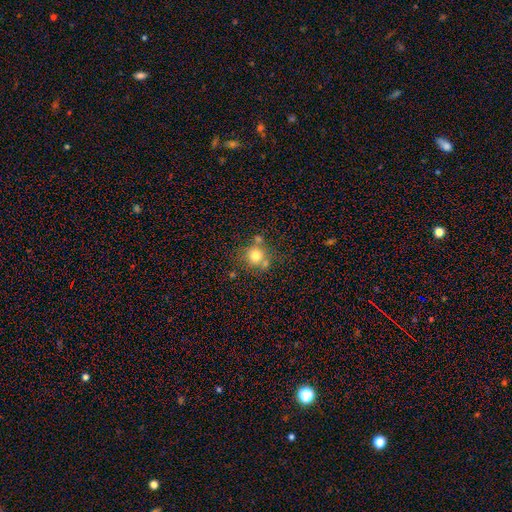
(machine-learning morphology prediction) Overall: smooth (75%). How rounded: round (89%). Merging: none (62%; merger 22%).